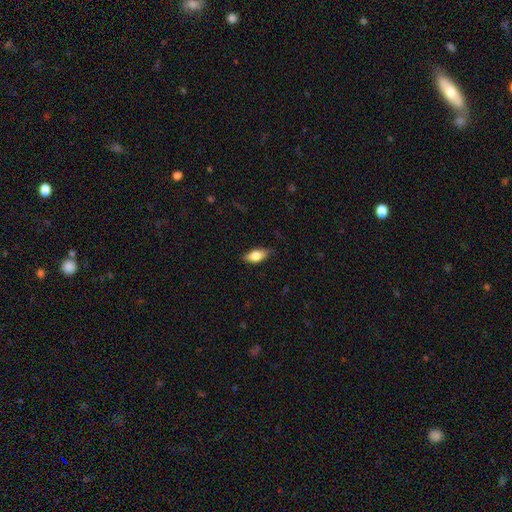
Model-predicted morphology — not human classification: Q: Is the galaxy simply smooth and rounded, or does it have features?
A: smooth — 71%.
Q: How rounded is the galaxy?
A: in between — 83%.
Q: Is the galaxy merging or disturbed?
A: none — 81%.